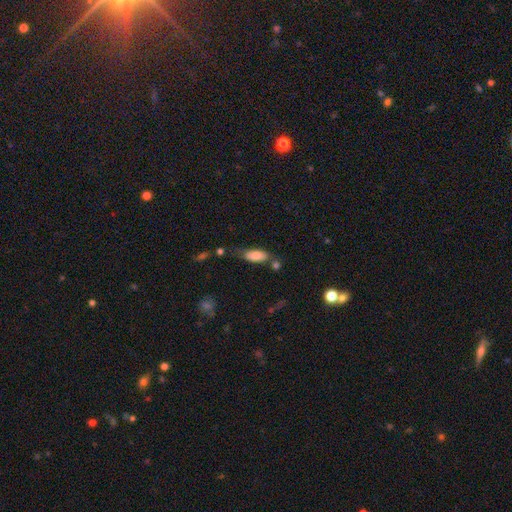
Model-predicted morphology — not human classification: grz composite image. It shows a smooth galaxy with no disk features (80%) that is in between round and cigar-shaped (81%). Merging: none (50%).